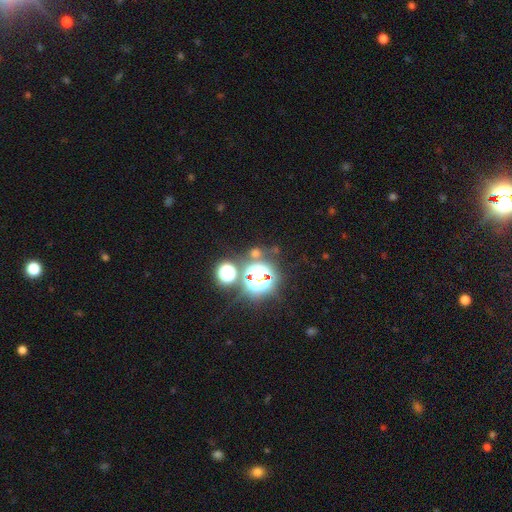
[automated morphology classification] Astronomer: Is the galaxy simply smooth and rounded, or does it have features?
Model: star or artifact — 69%.